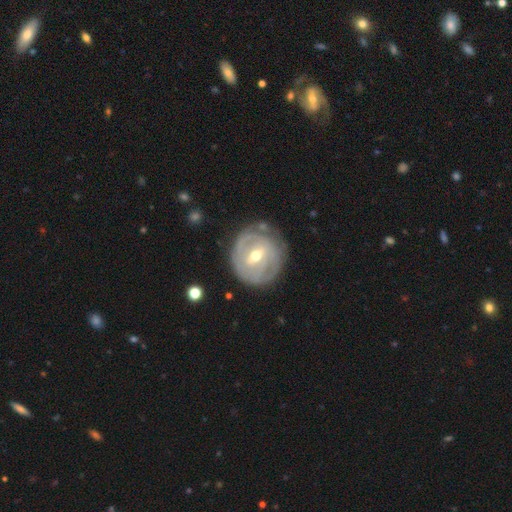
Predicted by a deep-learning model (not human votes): Overall: featured or disk (79%). Edge-on disk: no (96%). Bar: weak (52%; strong 30%). Spiral arms: yes (80%). Spiral arm count: can't tell (40%; 2 35%). Spiral winding: tight (72%). Bulge size: moderate (62%; small 34%). Merging: none (76%).